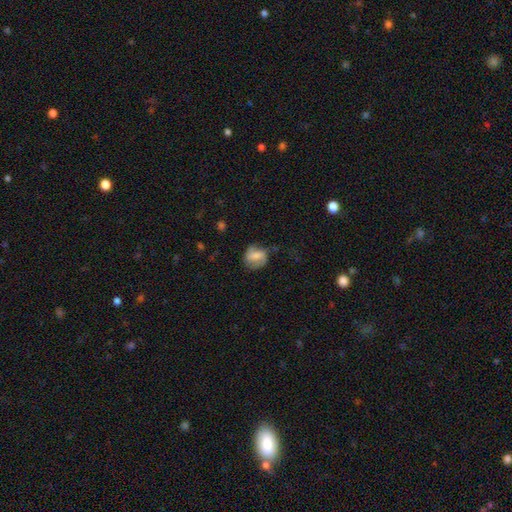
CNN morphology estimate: A smooth galaxy with no disk features (46%, tied with featured or disk).

Vote fractions:
- Smooth or featured? smooth: 46% (tied) / featured or disk: 46% (tied) / star or artifact: 8%
- Merging? none: 59% / minor disturbance: 26% / major disturbance: 13% / merger: 2%